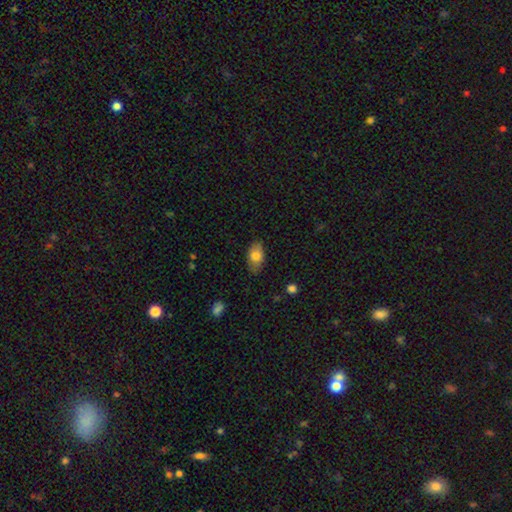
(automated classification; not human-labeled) Smooth or featured? Predicted: smooth (p=0.78). How rounded? Predicted: in between (p=0.89). Merging? Predicted: none (p=0.77).